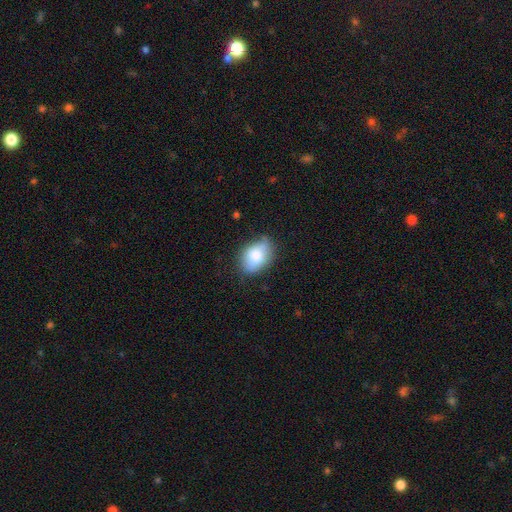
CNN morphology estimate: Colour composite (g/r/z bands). It shows a smooth galaxy with no disk features (76%) that is in between round and cigar-shaped (82%). Merging: none (68%).